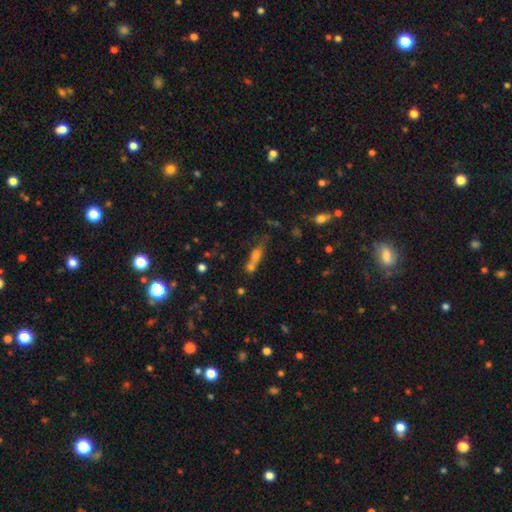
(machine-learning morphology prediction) Q: Smooth or featured?
A: smooth (61%); runner-up: featured or disk (20%)
Q: How rounded?
A: in between (46%); runner-up: cigar-shaped (43%)
Q: Merging?
A: none (38%); runner-up: merger (37%)